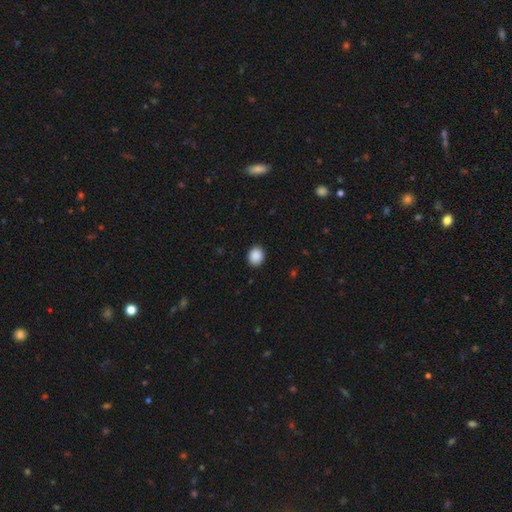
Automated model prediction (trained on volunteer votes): Smooth or featured: smooth — 89% (star or artifact — 8%)
How rounded: round — 58% (in between — 41%)
Merging: none — 89% (minor disturbance — 8%)